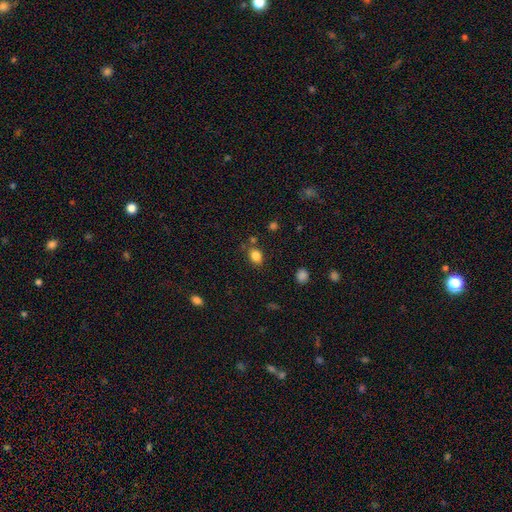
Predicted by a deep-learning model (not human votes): A smooth galaxy with no disk features (84%) that is in between round and cigar-shaped (60%).

Vote fractions:
- Smooth or featured? smooth: 84% / star or artifact: 11% / featured or disk: 5%
- How rounded? in between: 60% / round: 39% / cigar-shaped: 1%
- Merging? none: 76% / minor disturbance: 13% / merger: 7% / major disturbance: 4%